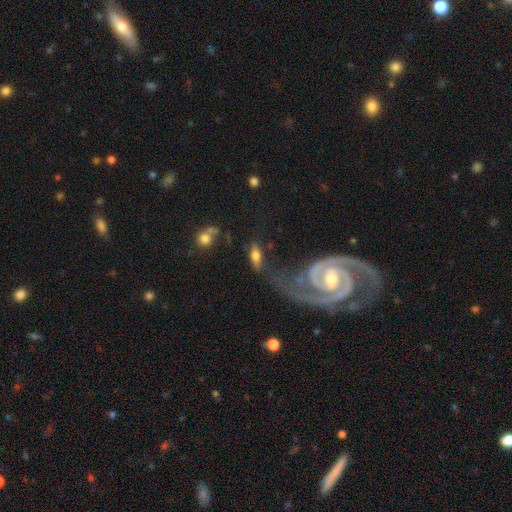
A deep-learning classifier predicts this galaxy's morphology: This is possibly a smooth galaxy (48%). Merging: possibly none (53%).